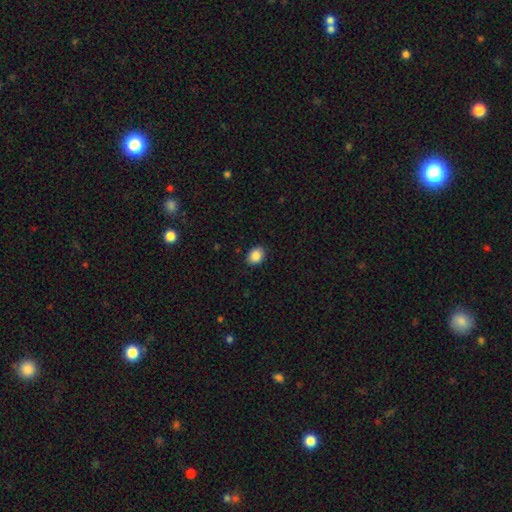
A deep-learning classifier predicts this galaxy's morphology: smooth-or-featured: smooth: 88% | star or artifact: 8% | featured or disk: 4%
  how-rounded: in between: 68% | round: 31% | cigar-shaped: 1%
  merging: none: 88% | minor disturbance: 9% | major disturbance: 2% | merger: 1%